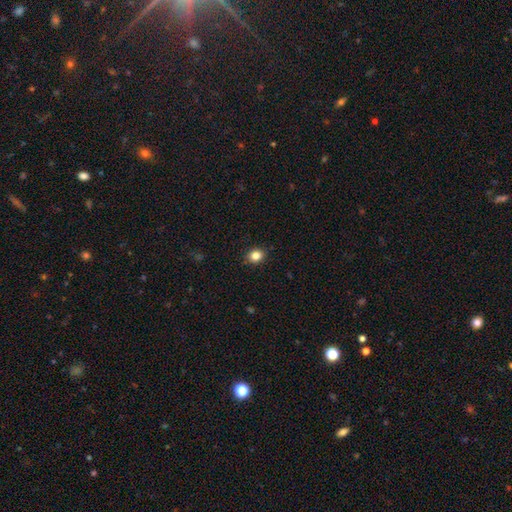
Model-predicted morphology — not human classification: The model was most divided on "how rounded": round: 67%, in between: 33%, cigar-shaped: 1%. More confident: merging — none (90%); smooth or featured — smooth (84%).